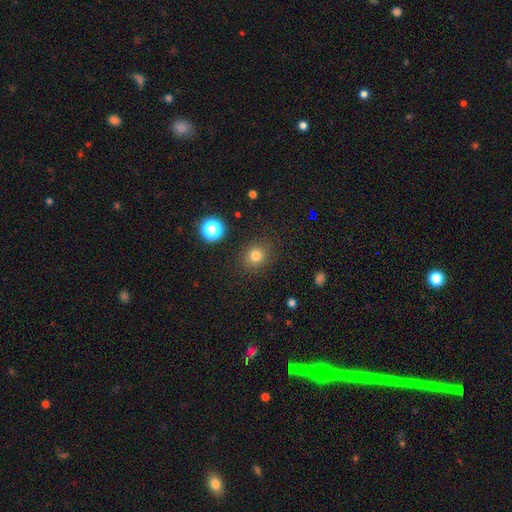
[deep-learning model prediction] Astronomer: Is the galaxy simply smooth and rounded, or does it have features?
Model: smooth — 78%.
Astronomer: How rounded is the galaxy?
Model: round — 82%.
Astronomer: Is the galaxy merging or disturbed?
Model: none — 87%.